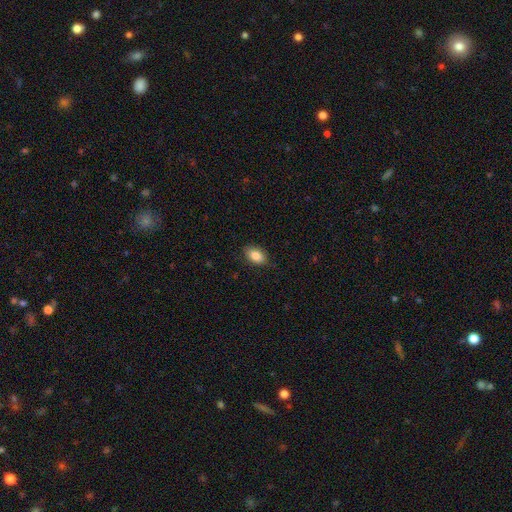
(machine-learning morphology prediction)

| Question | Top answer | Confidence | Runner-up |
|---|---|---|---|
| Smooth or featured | smooth | 87% | star or artifact (8%) |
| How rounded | in between | 89% | round (9%) |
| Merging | none | 84% | minor disturbance (12%) |